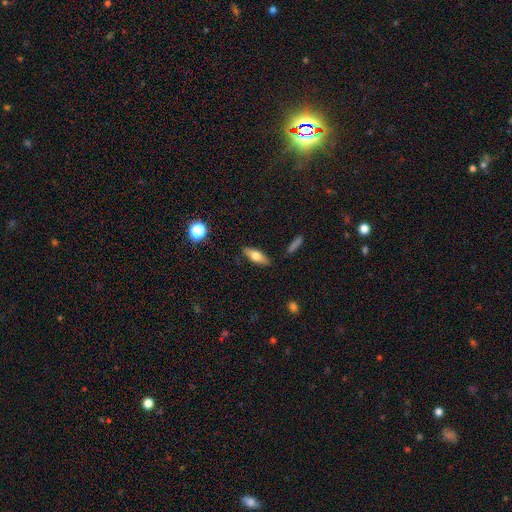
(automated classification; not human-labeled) Overall: smooth (65%; featured or disk 28%). How rounded: in between (56%; cigar-shaped 40%). Merging: none (85%).